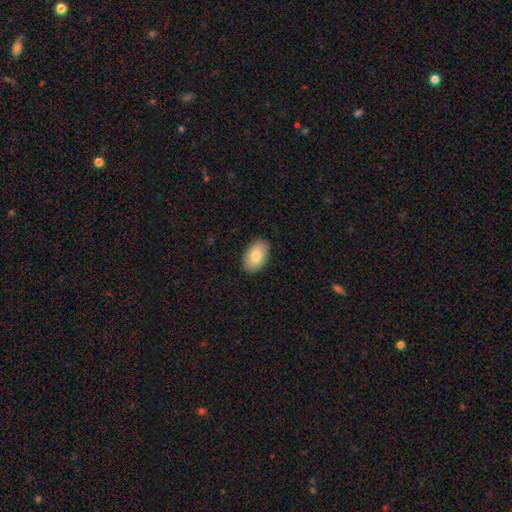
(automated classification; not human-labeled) Smooth or featured: smooth — 80% (featured or disk — 13%)
How rounded: in between — 93% (round — 6%)
Merging: none — 88% (minor disturbance — 9%)